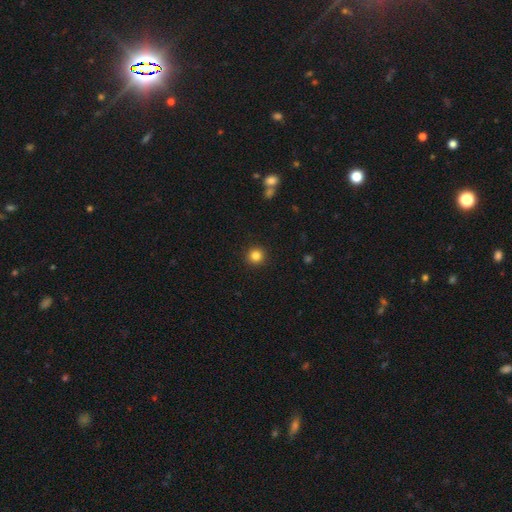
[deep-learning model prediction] A smooth galaxy with no disk features (84%) that is round (95%).

Vote fractions:
- Smooth or featured? smooth: 84% / star or artifact: 12% / featured or disk: 4%
- How rounded? round: 95% / in between: 4% / cigar-shaped: 1%
- Merging? none: 93% / minor disturbance: 4% / major disturbance: 2% / merger: 1%